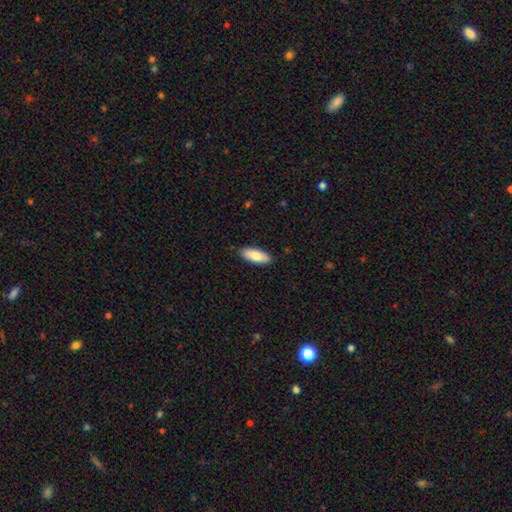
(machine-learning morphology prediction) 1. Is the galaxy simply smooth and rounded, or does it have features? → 82% smooth, 12% featured or disk, 6% star or artifact.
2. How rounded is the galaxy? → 77% in between, 21% cigar-shaped, 2% round.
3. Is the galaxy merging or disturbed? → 89% none, 8% minor disturbance, 2% major disturbance, 1% merger.